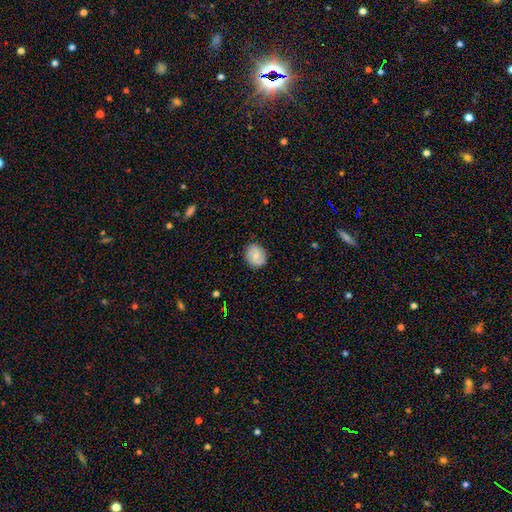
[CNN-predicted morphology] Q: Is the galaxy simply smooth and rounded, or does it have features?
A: smooth — 67%.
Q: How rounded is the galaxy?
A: round — 62%.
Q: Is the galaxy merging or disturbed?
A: none — 86%.